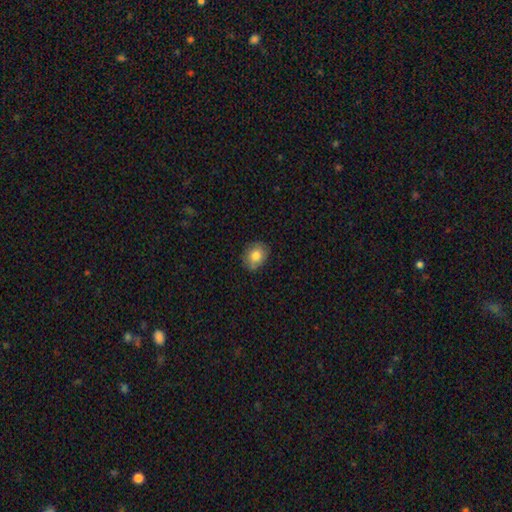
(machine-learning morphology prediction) The model was most divided on "how rounded": round: 54%, in between: 45%, cigar-shaped: 1%. More confident: merging — none (82%); smooth or featured — smooth (81%).